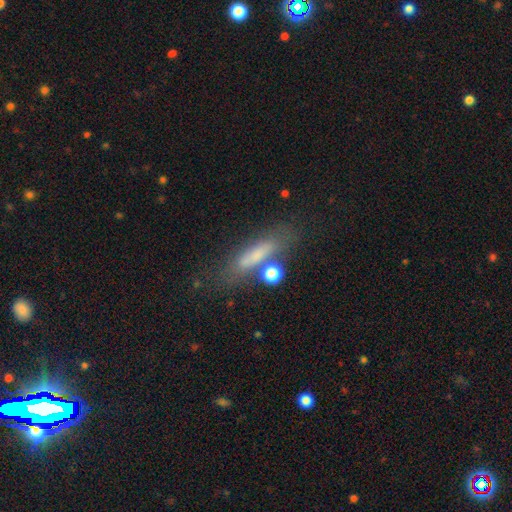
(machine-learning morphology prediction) Q: Smooth or featured?
A: smooth (64%); runner-up: featured or disk (24%)
Q: How rounded?
A: cigar-shaped (68%); runner-up: in between (27%)
Q: Merging?
A: none (63%); runner-up: minor disturbance (17%)